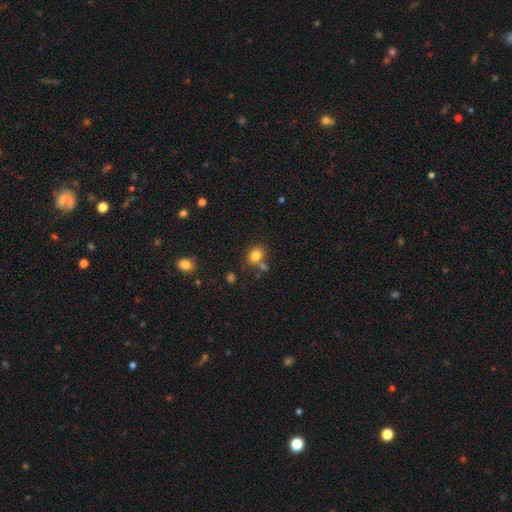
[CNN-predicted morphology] This is clearly a smooth galaxy (81%). How rounded: possibly round (59%). Merging: likely none (65%).